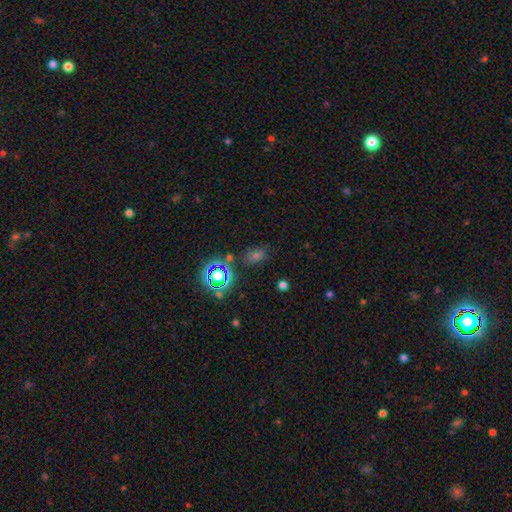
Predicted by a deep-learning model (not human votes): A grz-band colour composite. It shows a star or artifact, not a galaxy (48%).